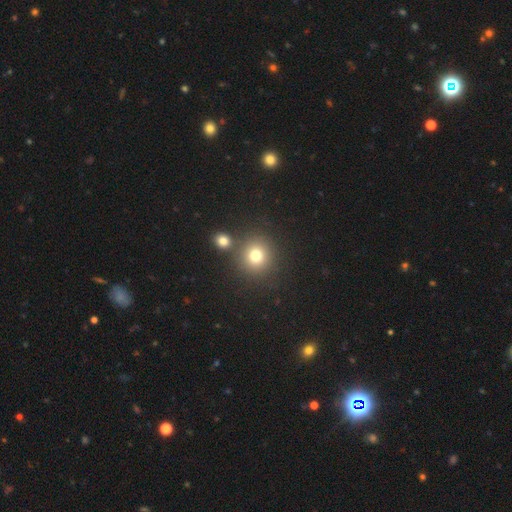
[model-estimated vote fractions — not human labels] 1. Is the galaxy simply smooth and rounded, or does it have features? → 76% smooth, 16% star or artifact, 9% featured or disk.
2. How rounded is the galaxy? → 91% round, 8% in between, 1% cigar-shaped.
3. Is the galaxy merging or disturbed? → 76% none, 14% merger, 7% minor disturbance, 3% major disturbance.